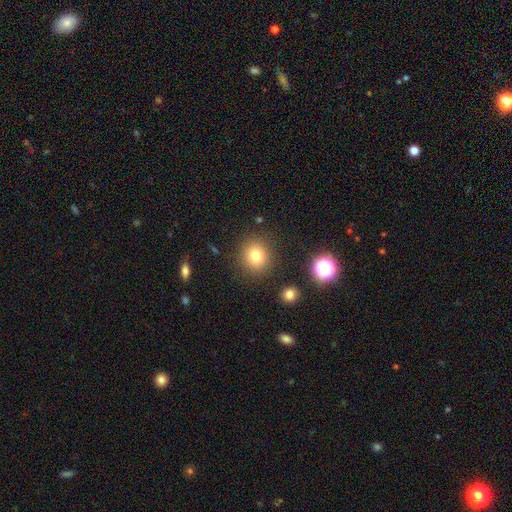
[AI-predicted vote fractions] A smooth galaxy with no disk features (78%) that is round (87%).

Vote fractions:
- Smooth or featured? smooth: 78% / star or artifact: 13% / featured or disk: 8%
- How rounded? round: 87% / in between: 12% / cigar-shaped: 1%
- Merging? none: 88% / minor disturbance: 7% / major disturbance: 3% / merger: 2%